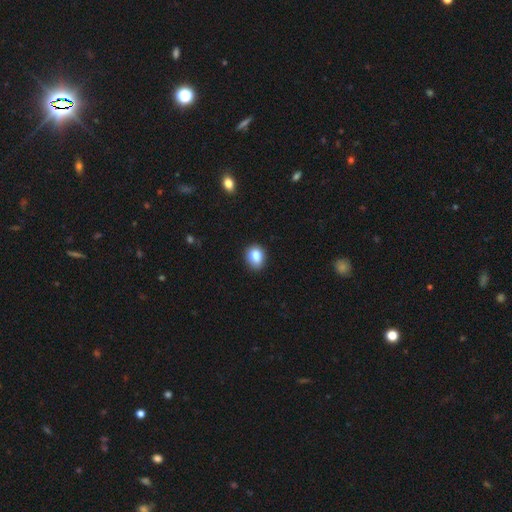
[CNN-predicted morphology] A smooth galaxy with no disk features (82%) that is round (56%). Merging: none (86%).